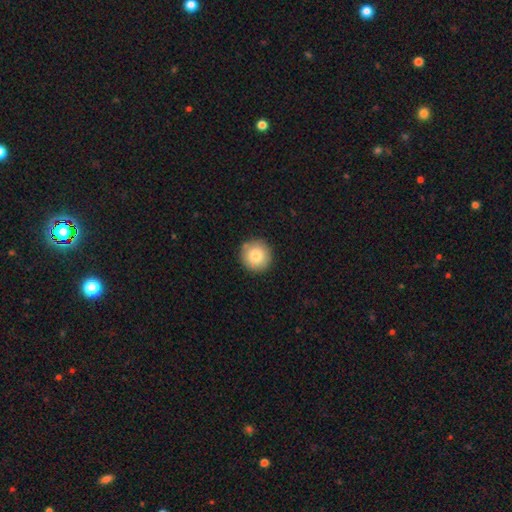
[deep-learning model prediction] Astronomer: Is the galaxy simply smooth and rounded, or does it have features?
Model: smooth — 82%.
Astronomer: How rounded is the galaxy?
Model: round — 95%.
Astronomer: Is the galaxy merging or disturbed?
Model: none — 89%.